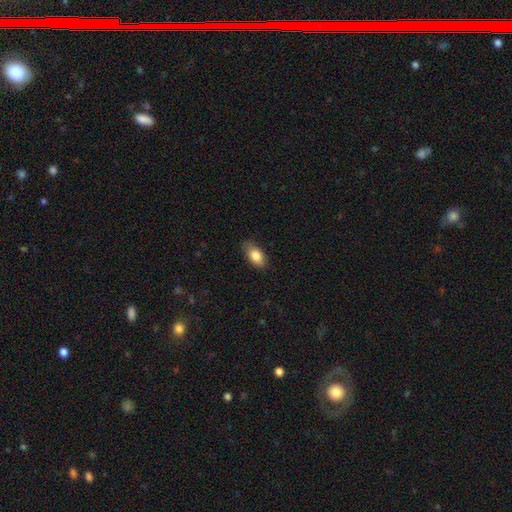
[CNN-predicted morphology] The model was most divided on "merging": none: 82%, minor disturbance: 14%, major disturbance: 3%, merger: 1%. More confident: how rounded — in between (90%); smooth or featured — smooth (83%).